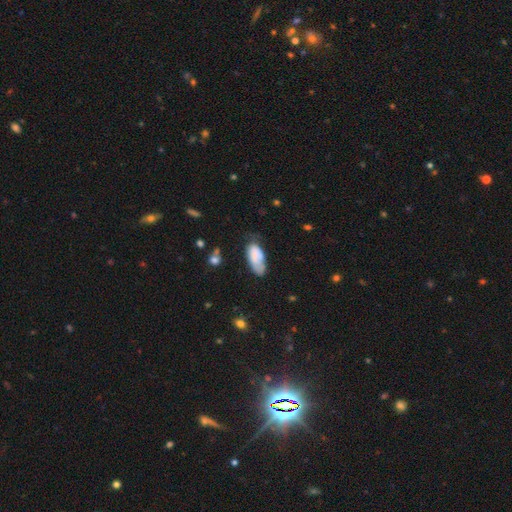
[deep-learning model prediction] This is likely a smooth galaxy (76%). How rounded: clearly in between (89%). Merging: marginally none (45%).